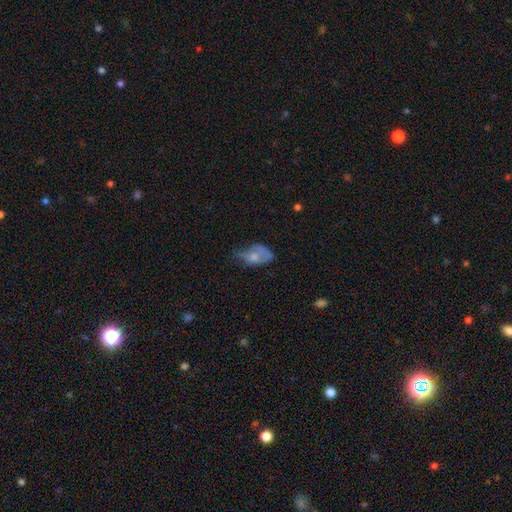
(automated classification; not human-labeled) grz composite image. It shows a smooth galaxy with no disk features (55%) that is in between round and cigar-shaped (85%). Merging: major disturbance (36%).